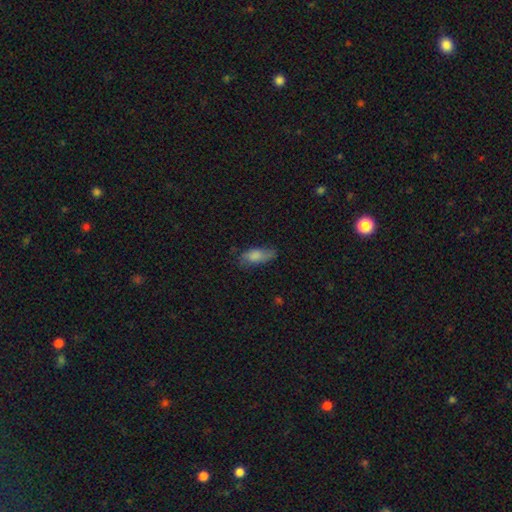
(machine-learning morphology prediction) A smooth galaxy with no disk features (74%) that is in between round and cigar-shaped (75%). Merging: none (56%).